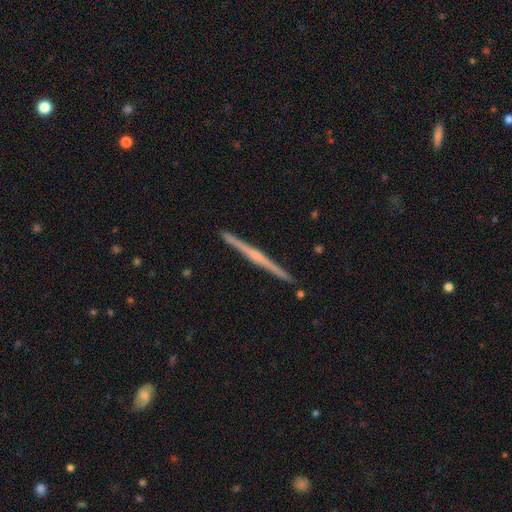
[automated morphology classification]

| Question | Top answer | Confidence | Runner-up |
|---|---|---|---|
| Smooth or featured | featured or disk | 75% | smooth (19%) |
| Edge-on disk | yes | 99% | no (1%) |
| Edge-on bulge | rounded | 48% | none (43%) |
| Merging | none | 92% | minor disturbance (5%) |